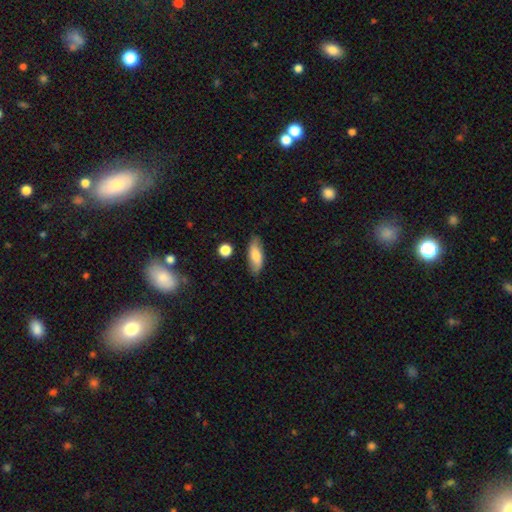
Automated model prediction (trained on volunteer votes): This appears to be a smooth galaxy with no disk features (79%) that is in between round and cigar-shaped (72%). Merging: none (82%).